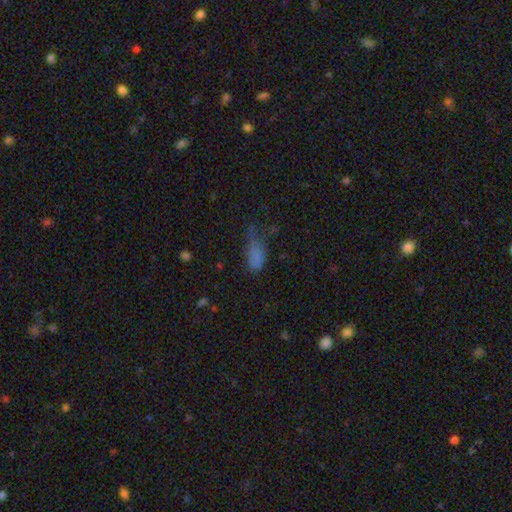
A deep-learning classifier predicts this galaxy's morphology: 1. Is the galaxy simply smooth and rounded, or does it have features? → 72% smooth, 17% star or artifact, 11% featured or disk.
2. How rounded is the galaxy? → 83% in between, 12% cigar-shaped, 5% round.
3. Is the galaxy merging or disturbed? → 34% minor disturbance, 33% major disturbance, 29% none, 4% merger.